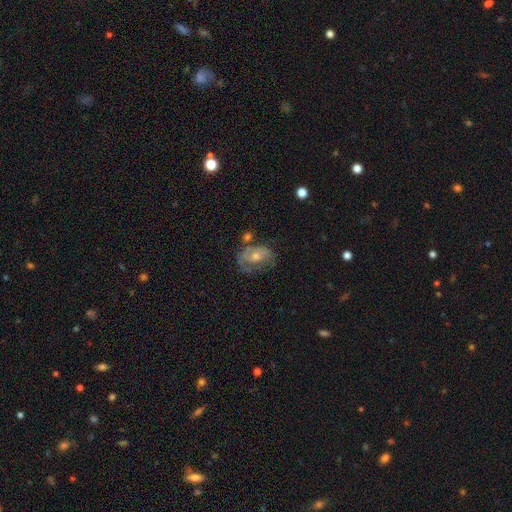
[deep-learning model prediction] featured or disk 58%, smooth 30%, star or artifact 11%. Down the decision tree: edge-on disk — no (95%); bar — no (69%); spiral arms — yes (62%); bulge size — moderate (56%); merging — none (51%).